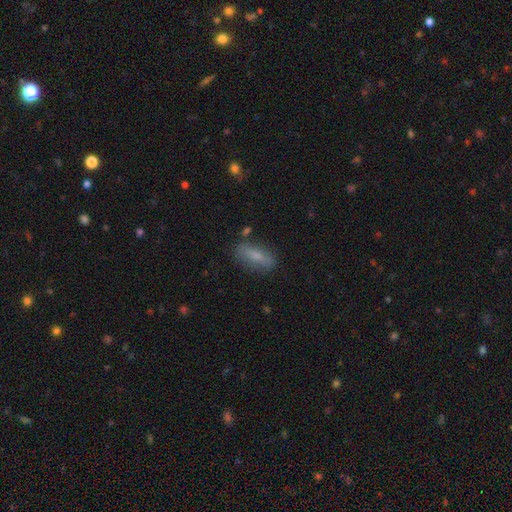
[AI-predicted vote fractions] Smooth or featured: smooth — 71% (featured or disk — 21%)
How rounded: in between — 63% (cigar-shaped — 33%)
Merging: none — 78% (minor disturbance — 15%)